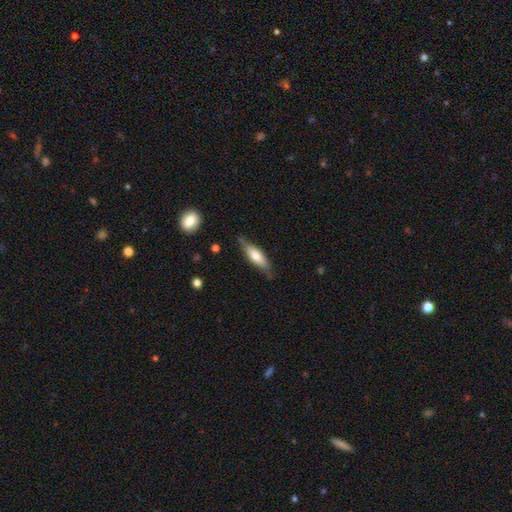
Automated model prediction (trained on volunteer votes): The model was most divided on "how rounded": cigar-shaped: 54%, in between: 45%, round: 2%. More confident: merging — none (72%); smooth or featured — smooth (61%).